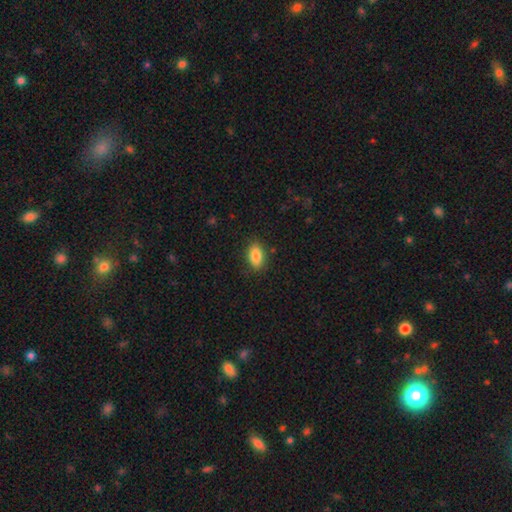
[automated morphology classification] Smooth or featured?
  - smooth: 86% *
  - star or artifact: 8%
  - featured or disk: 6%
How rounded?
  - in between: 89% *
  - round: 8%
  - cigar-shaped: 3%
Merging?
  - none: 86% *
  - minor disturbance: 10%
  - major disturbance: 3%
  - merger: 1%